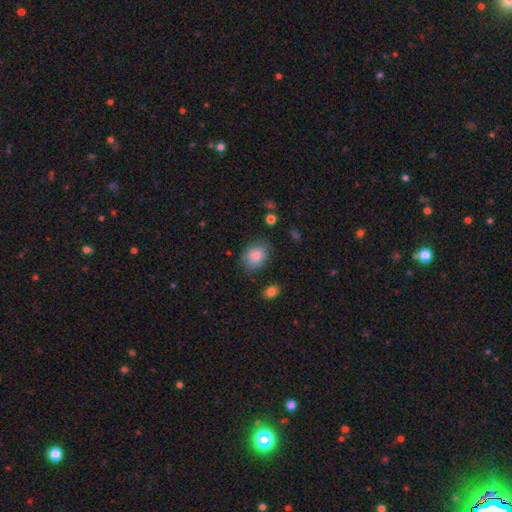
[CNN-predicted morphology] Smooth or featured: smooth — 85% (star or artifact — 8%)
How rounded: in between — 57% (round — 42%)
Merging: none — 76% (minor disturbance — 17%)